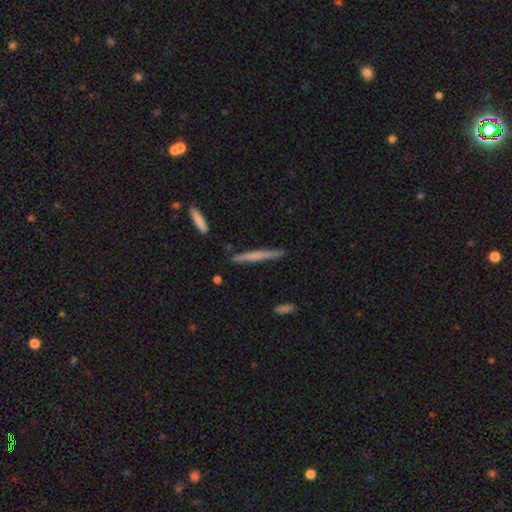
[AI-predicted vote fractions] Morphology: type=smooth (56%); roundness=cigar-shaped (96%); merging=none (88%).